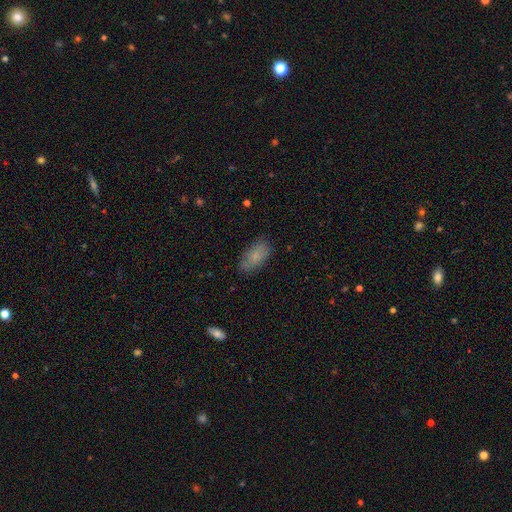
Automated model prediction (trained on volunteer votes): Overall: smooth (76%). How rounded: in between (91%). Merging: none (79%).